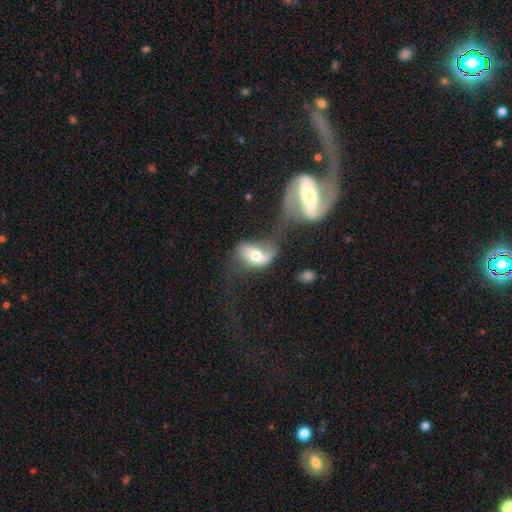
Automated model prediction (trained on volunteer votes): The model was most divided on "smooth or featured": featured or disk: 48%, smooth: 44%, star or artifact: 8%. Remaining: merging — merger (41%).